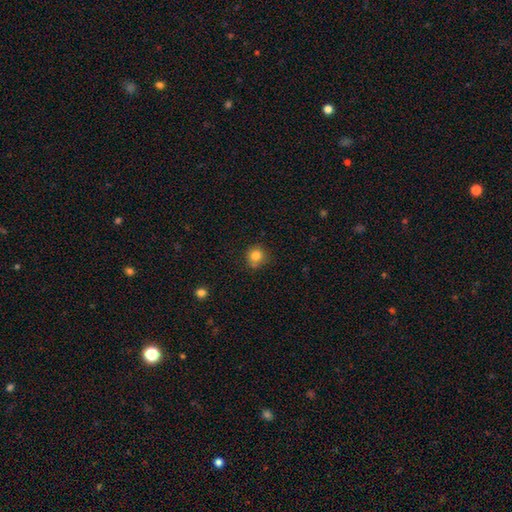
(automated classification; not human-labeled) smooth 82%, star or artifact 12%, featured or disk 6%. Down the decision tree: how rounded — round (90%); merging — none (74%).